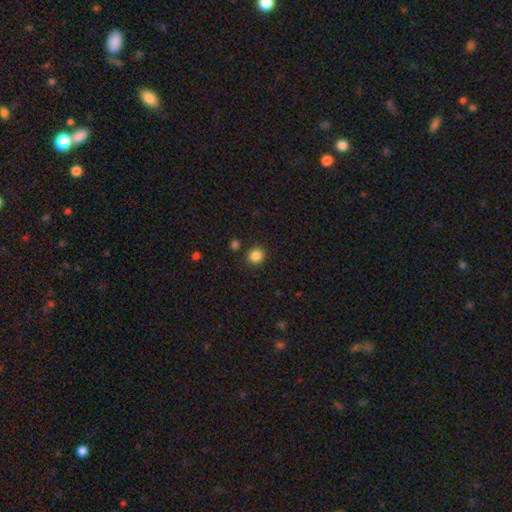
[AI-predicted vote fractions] A smooth galaxy with no disk features (86%) that is round (83%).

Vote fractions:
- Smooth or featured? smooth: 86% / star or artifact: 11% / featured or disk: 3%
- How rounded? round: 83% / in between: 16% / cigar-shaped: 1%
- Merging? none: 88% / minor disturbance: 7% / merger: 3% / major disturbance: 2%